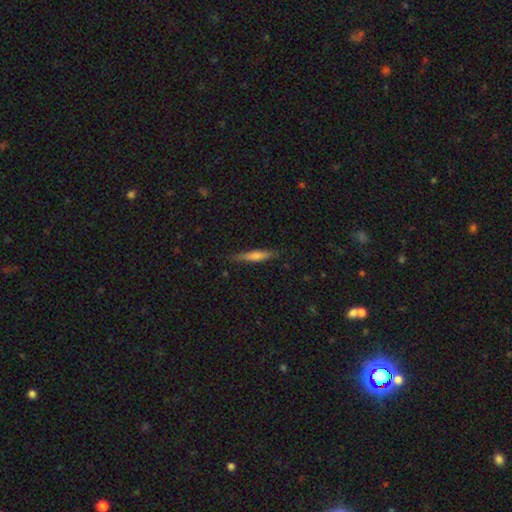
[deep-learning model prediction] This appears to be a featured or disk galaxy (49%). Merging: none (87%).